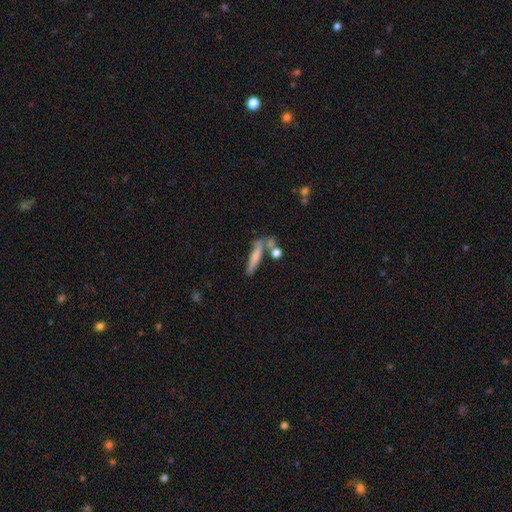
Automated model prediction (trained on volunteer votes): smooth-or-featured: smooth: 62% | featured or disk: 30% | star or artifact: 8%
  how-rounded: cigar-shaped: 84% | in between: 12% | round: 4%
  merging: none: 60% | merger: 18% | minor disturbance: 15% | major disturbance: 7%